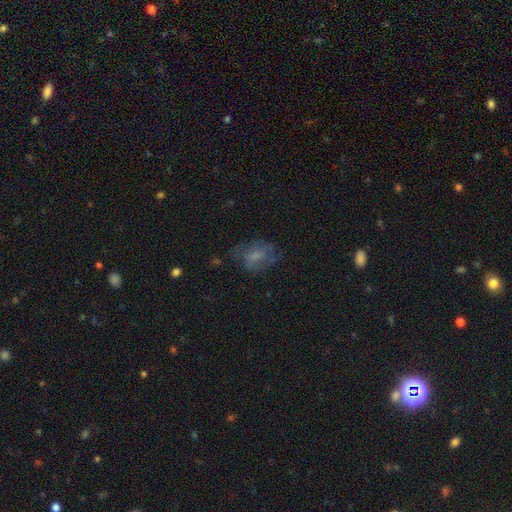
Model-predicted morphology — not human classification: Smooth or featured? Predicted: smooth (p=0.48). Merging? Predicted: none (p=0.54).